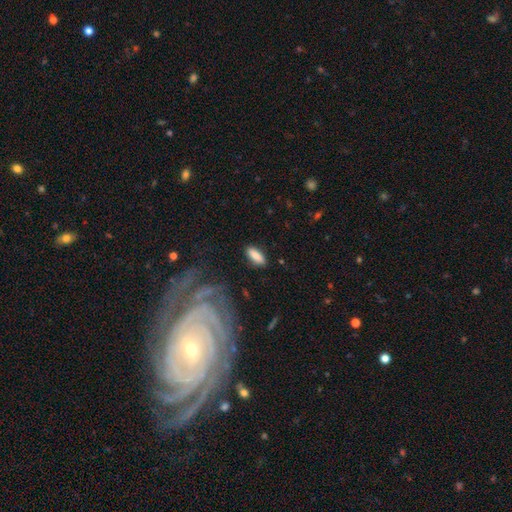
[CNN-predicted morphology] Smooth or featured?
  - smooth: 85% *
  - featured or disk: 9%
  - star or artifact: 6%
How rounded?
  - in between: 72% *
  - cigar-shaped: 26%
  - round: 2%
Merging?
  - none: 86% *
  - minor disturbance: 10%
  - major disturbance: 3%
  - merger: 2%